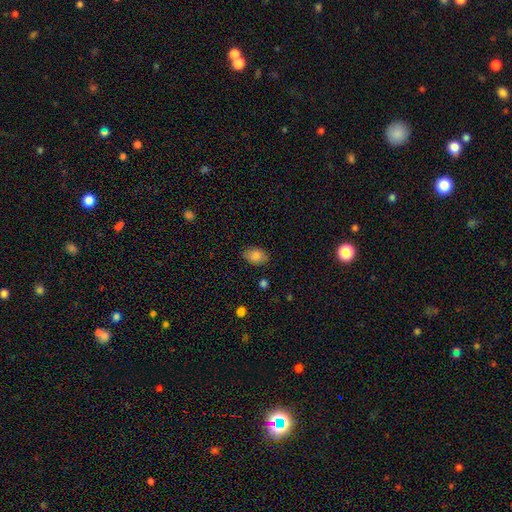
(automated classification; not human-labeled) Smooth or featured? smooth (85%)
How rounded? in between (86%)
Merging? none (83%)